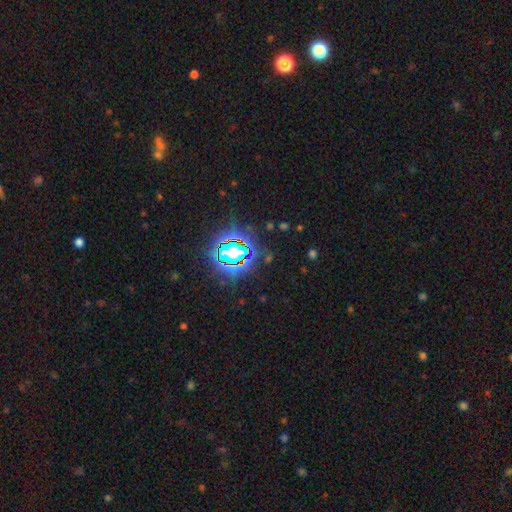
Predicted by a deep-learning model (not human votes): This is clearly a star or artifact rather than a galaxy (83%).